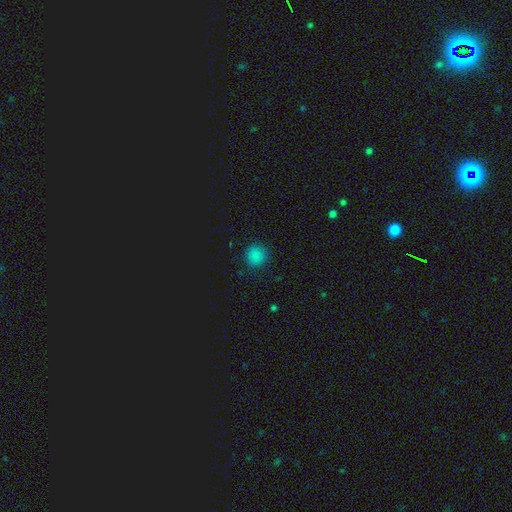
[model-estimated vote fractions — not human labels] A smooth galaxy with no disk features (81%) that is round (90%). Merging: none (87%).